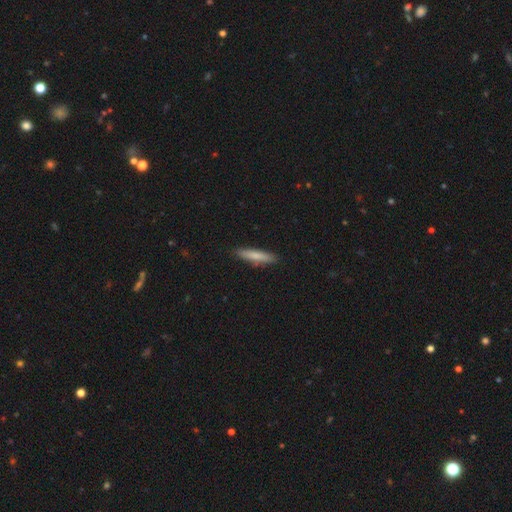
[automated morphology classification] smooth-or-featured: smooth: 77% | featured or disk: 17% | star or artifact: 6%
  how-rounded: cigar-shaped: 87% | in between: 11% | round: 1%
  merging: none: 88% | minor disturbance: 9% | major disturbance: 2% | merger: 1%